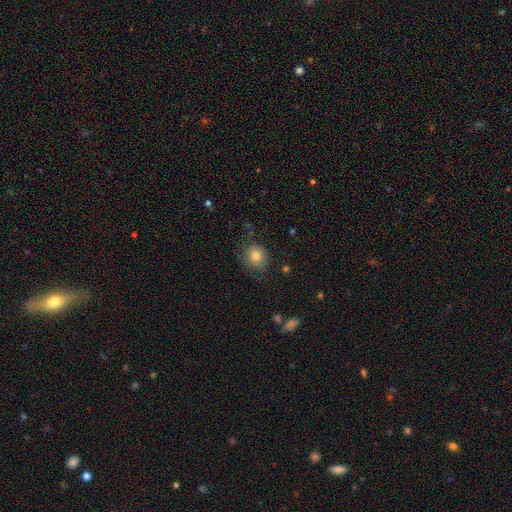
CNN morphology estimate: A smooth galaxy with no disk features (79%) that is round (84%). Merging: none (74%).